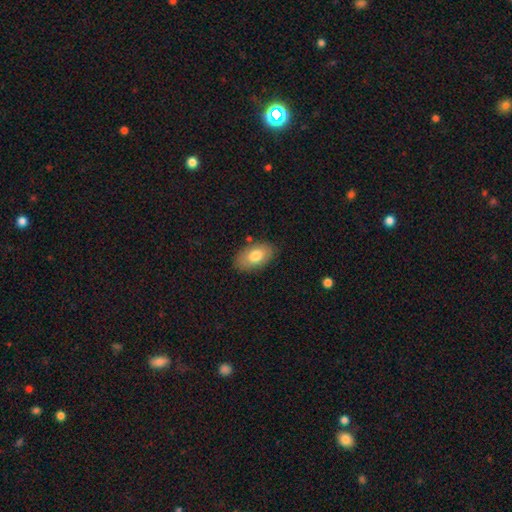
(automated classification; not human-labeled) Smooth or featured: smooth — 76% (featured or disk — 17%)
How rounded: in between — 93% (round — 5%)
Merging: none — 82% (minor disturbance — 13%)